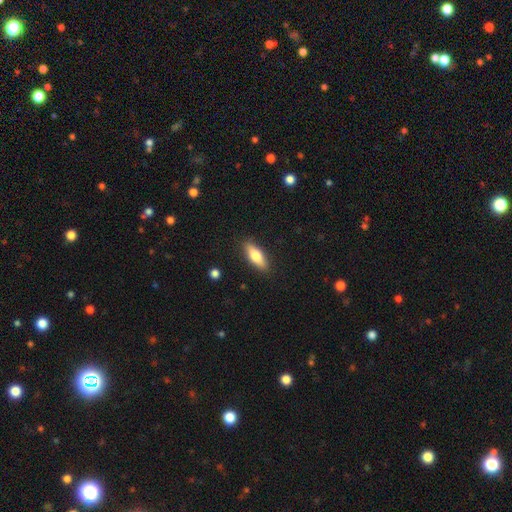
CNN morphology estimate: Smooth or featured: smooth — 68% (featured or disk — 25%)
How rounded: in between — 61% (cigar-shaped — 37%)
Merging: none — 87% (minor disturbance — 9%)